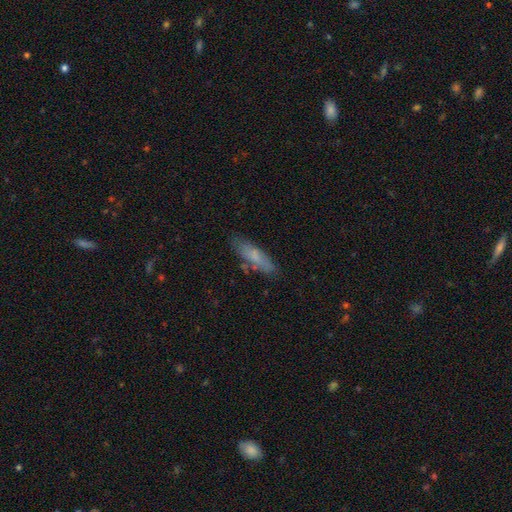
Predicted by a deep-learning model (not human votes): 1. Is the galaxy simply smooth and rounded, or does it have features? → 63% smooth, 27% featured or disk, 10% star or artifact.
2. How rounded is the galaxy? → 65% cigar-shaped, 32% in between, 2% round.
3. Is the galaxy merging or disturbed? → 78% none, 16% minor disturbance, 3% major disturbance, 3% merger.